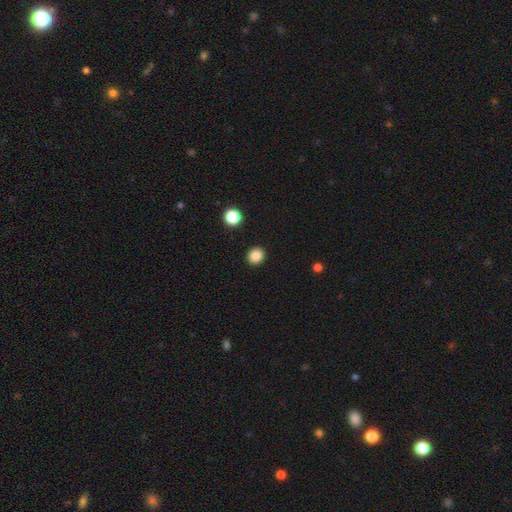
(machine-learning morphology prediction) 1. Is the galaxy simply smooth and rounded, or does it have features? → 86% smooth, 10% star or artifact, 4% featured or disk.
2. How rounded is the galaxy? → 85% round, 14% in between, 1% cigar-shaped.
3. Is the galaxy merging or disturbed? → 92% none, 5% minor disturbance, 2% major disturbance, 1% merger.